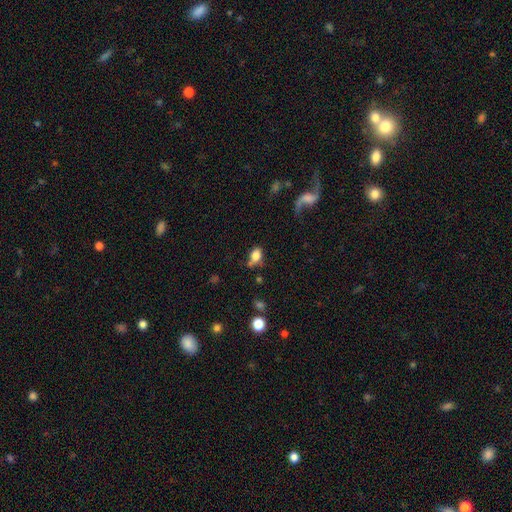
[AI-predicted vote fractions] A smooth galaxy with no disk features (78%) that is in between round and cigar-shaped (75%). Merging: none (51%).